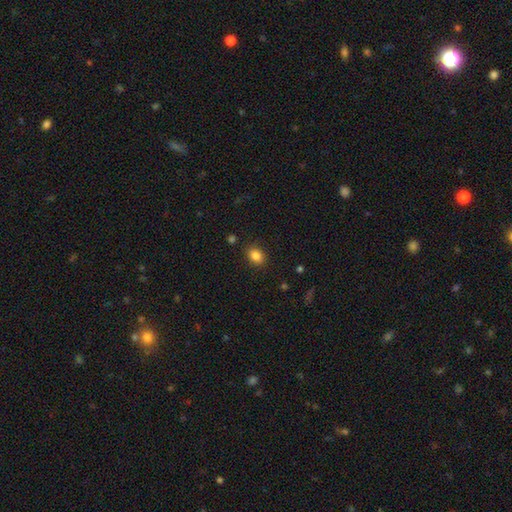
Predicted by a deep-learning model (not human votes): The model was most divided on "how rounded": in between: 62%, round: 37%, cigar-shaped: 1%. More confident: merging — none (86%); smooth or featured — smooth (85%).